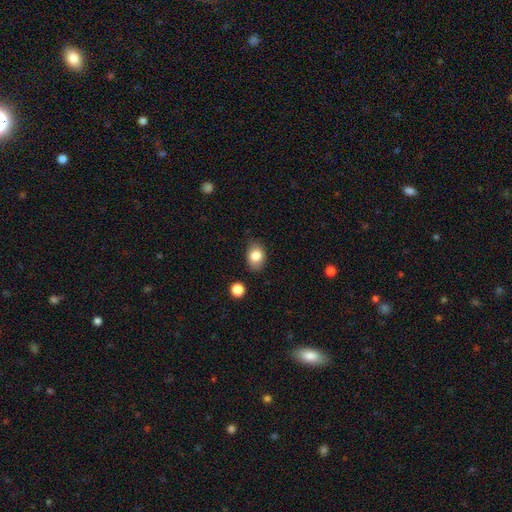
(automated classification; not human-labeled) smooth-or-featured: smooth: 82% | featured or disk: 9% | star or artifact: 9%
  how-rounded: in between: 68% | round: 31% | cigar-shaped: 1%
  merging: none: 79% | minor disturbance: 16% | major disturbance: 3% | merger: 2%